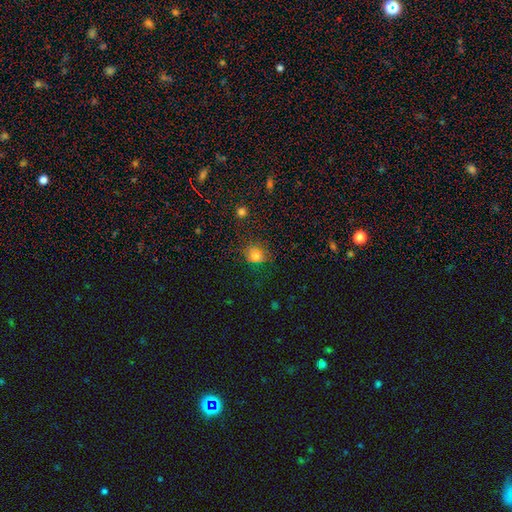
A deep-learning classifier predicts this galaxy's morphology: Q: Smooth or featured?
A: smooth (75%); runner-up: star or artifact (17%)
Q: How rounded?
A: round (76%); runner-up: in between (23%)
Q: Merging?
A: none (76%); runner-up: minor disturbance (16%)